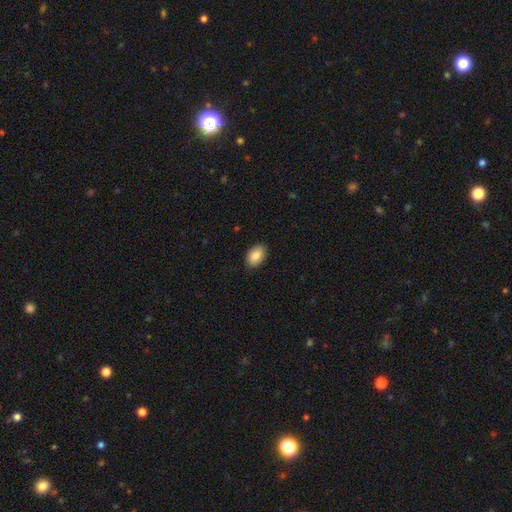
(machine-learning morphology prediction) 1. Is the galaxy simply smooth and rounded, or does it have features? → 85% smooth, 8% featured or disk, 7% star or artifact.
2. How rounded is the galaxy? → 89% in between, 10% round, 1% cigar-shaped.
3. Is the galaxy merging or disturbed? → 88% none, 10% minor disturbance, 2% major disturbance, 1% merger.